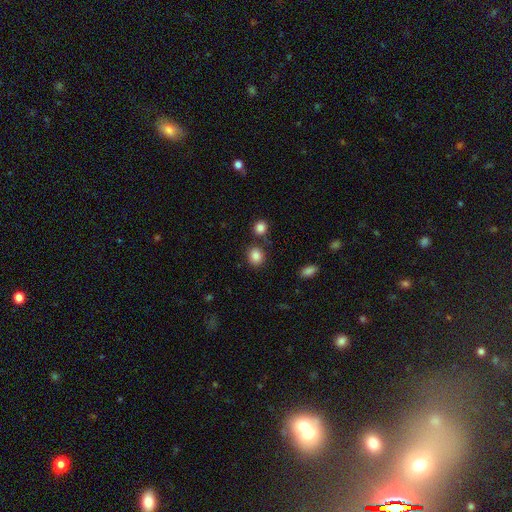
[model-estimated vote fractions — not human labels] smooth 85%, star or artifact 10%, featured or disk 5%. Down the decision tree: how rounded — round (71%); merging — none (78%).